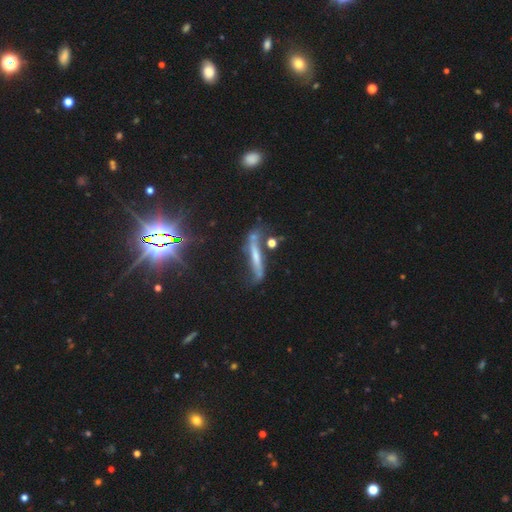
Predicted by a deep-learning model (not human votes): A featured or disk galaxy (51%) viewed edge-on (63%). Merging: none (43%).